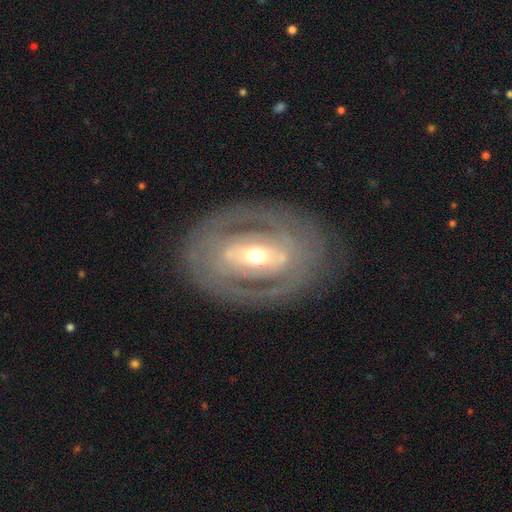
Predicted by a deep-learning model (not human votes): smooth_or_featured: featured or disk (p=0.80) [alt: smooth p=0.15]
disk_edge_on: no (p=0.93) [alt: yes p=0.07]
bar: strong (p=0.46) [alt: weak p=0.30]
has_spiral_arms: yes (p=0.58) [alt: no p=0.42]
bulge_size: moderate (p=0.61) [alt: small p=0.30]
merging: none (p=0.77) [alt: minor disturbance p=0.14]